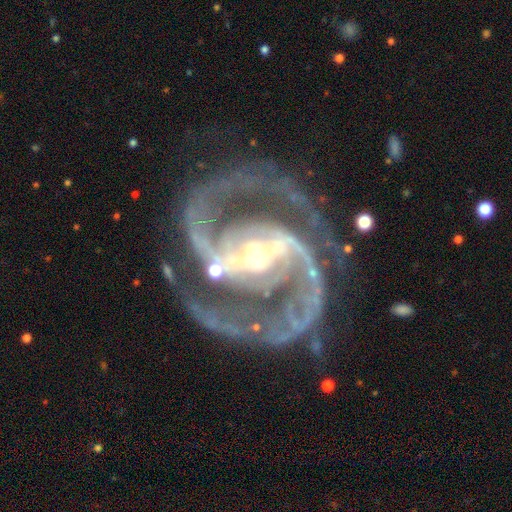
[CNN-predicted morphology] Q: Smooth or featured?
A: featured or disk (93%); runner-up: star or artifact (5%)
Q: Edge-on disk?
A: no (98%); runner-up: yes (2%)
Q: Bar?
A: strong (58%); runner-up: weak (31%)
Q: Spiral arms?
A: yes (99%); runner-up: no (1%)
Q: Spiral winding?
A: medium (64%); runner-up: tight (25%)
Q: Spiral arm count?
A: 2 (91%); runner-up: 3 (3%)
Q: Bulge size?
A: moderate (51%); runner-up: small (40%)
Q: Merging?
A: none (74%); runner-up: minor disturbance (14%)